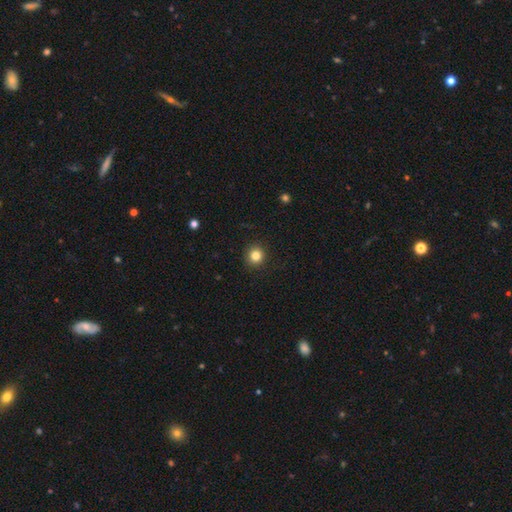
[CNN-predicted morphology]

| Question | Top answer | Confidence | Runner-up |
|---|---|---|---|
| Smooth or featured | smooth | 83% | star or artifact (12%) |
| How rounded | round | 90% | in between (9%) |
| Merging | none | 91% | minor disturbance (6%) |